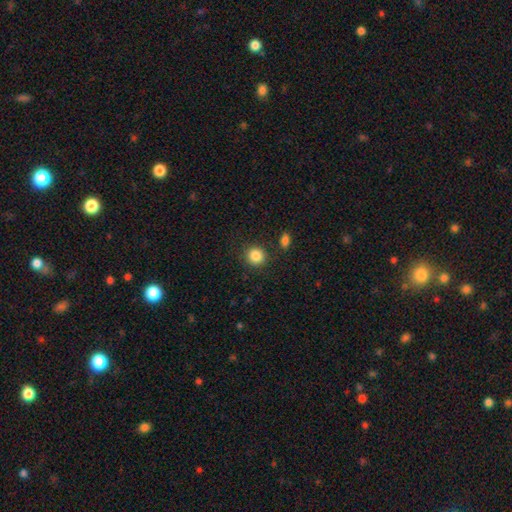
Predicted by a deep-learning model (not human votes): smooth-or-featured: smooth: 86% | star or artifact: 10% | featured or disk: 4%
  how-rounded: round: 89% | in between: 10% | cigar-shaped: 1%
  merging: none: 86% | minor disturbance: 8% | merger: 3% | major disturbance: 3%